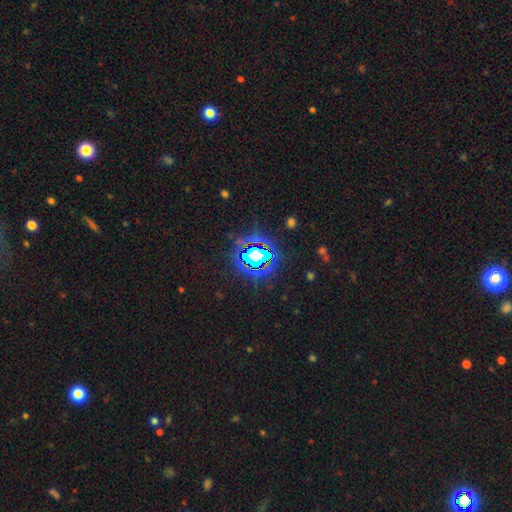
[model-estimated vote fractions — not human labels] Morphology: type=star or artifact (73%).